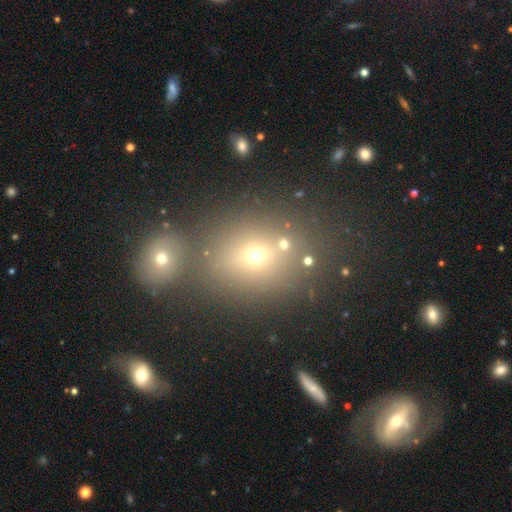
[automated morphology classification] This is possibly a smooth galaxy (56%). How rounded: possibly round (60%). Merging: likely none (65%).